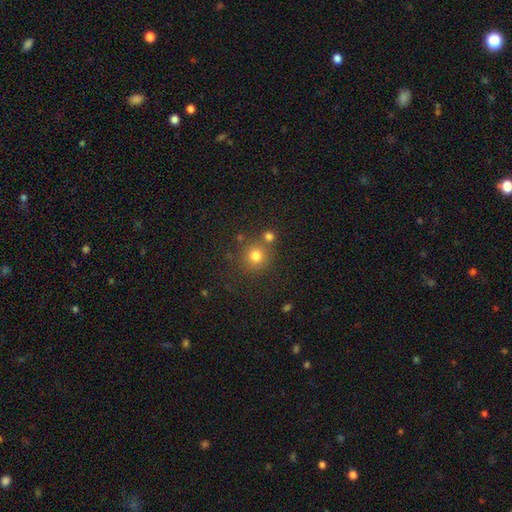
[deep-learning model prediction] Smooth or featured? Predicted: smooth (p=0.77). How rounded? Predicted: round (p=0.92). Merging? Predicted: none (p=0.72).